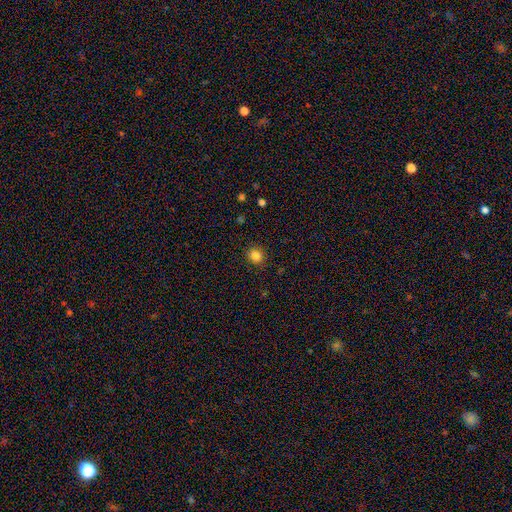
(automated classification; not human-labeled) This appears to be a smooth galaxy with no disk features (84%) that is round (77%). Merging: none (90%).